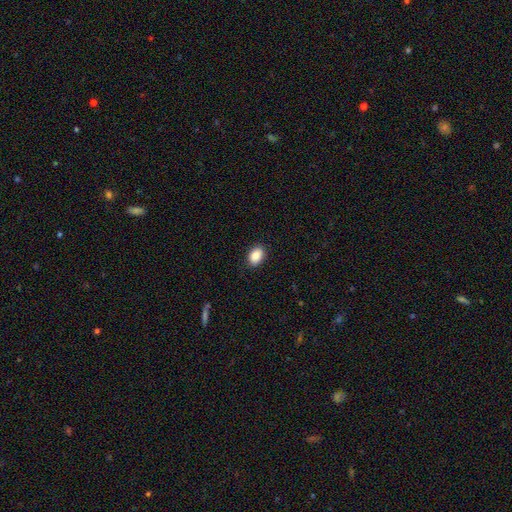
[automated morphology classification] Smooth or featured: smooth — 89% (star or artifact — 8%)
How rounded: in between — 84% (round — 15%)
Merging: none — 87% (minor disturbance — 10%)